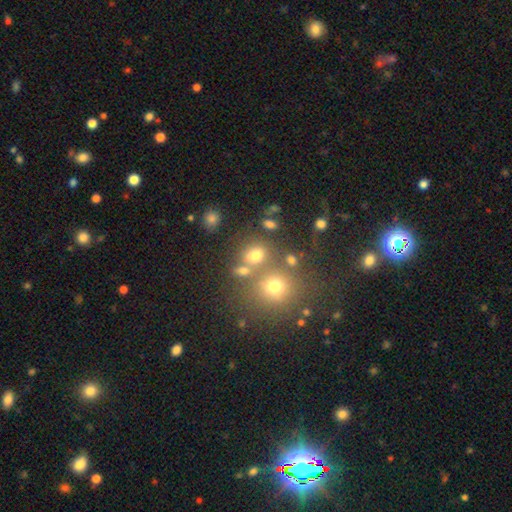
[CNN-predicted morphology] This appears to be a smooth galaxy with no disk features (68%) that is round (58%). Merging: none (56%).